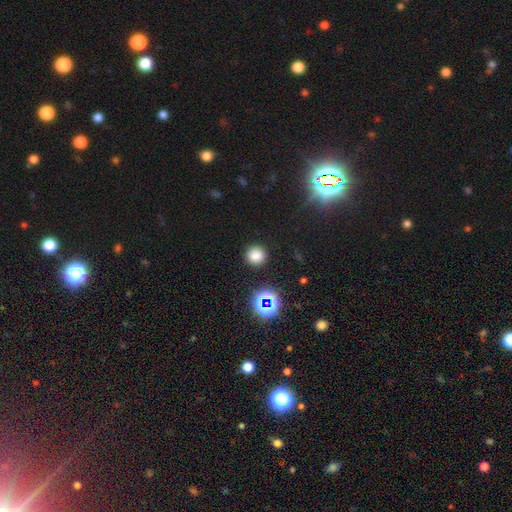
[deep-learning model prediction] This is likely a smooth galaxy (77%). How rounded: clearly round (91%). Merging: clearly none (89%).